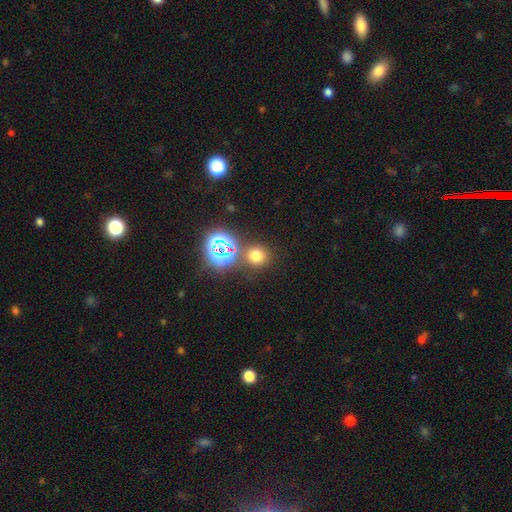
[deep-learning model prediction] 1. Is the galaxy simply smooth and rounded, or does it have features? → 65% smooth, 29% star or artifact, 7% featured or disk.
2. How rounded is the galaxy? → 86% round, 12% in between, 1% cigar-shaped.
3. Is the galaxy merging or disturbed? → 79% none, 9% merger, 8% minor disturbance, 3% major disturbance.